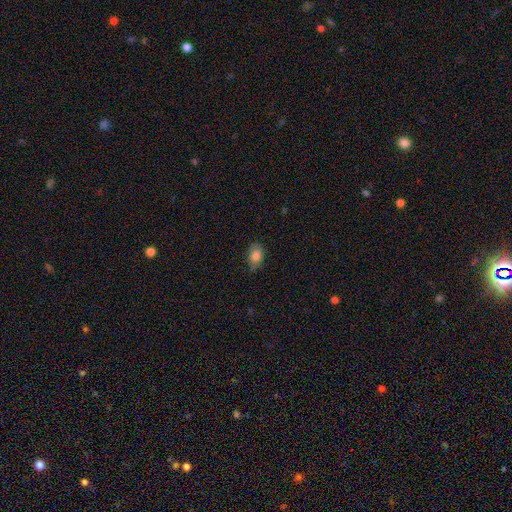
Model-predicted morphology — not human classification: type=smooth (83%); roundness=in between (85%); merging=none (74%).